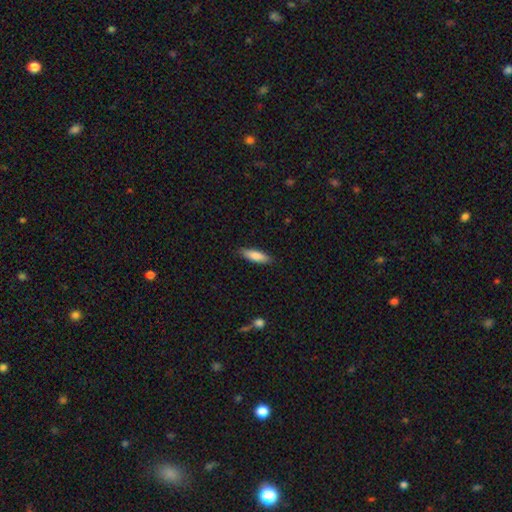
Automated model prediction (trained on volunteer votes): Smooth or featured: smooth — 83% (featured or disk — 11%)
How rounded: cigar-shaped — 56% (in between — 42%)
Merging: none — 88% (minor disturbance — 9%)